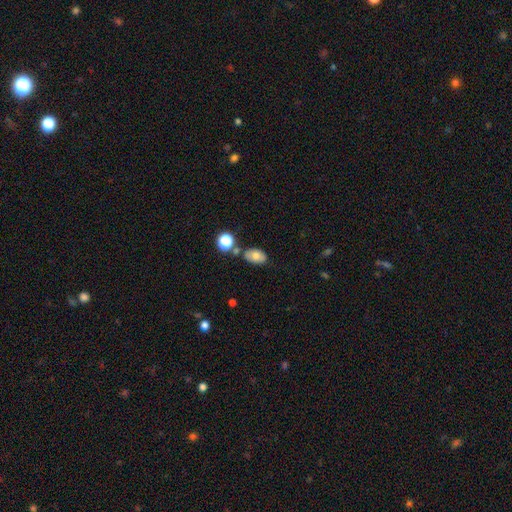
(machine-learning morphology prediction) Smooth or featured?
  - smooth: 71% *
  - featured or disk: 19%
  - star or artifact: 10%
How rounded?
  - in between: 88% *
  - round: 10%
  - cigar-shaped: 2%
Merging?
  - none: 67% *
  - minor disturbance: 17%
  - merger: 12%
  - major disturbance: 4%